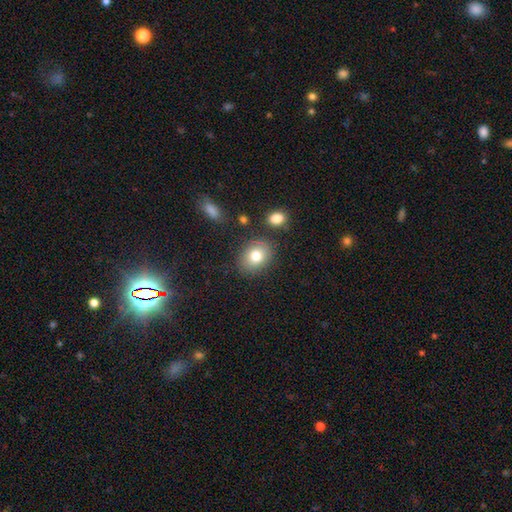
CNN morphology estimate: A smooth galaxy with no disk features (77%) that is in between round and cigar-shaped (54%).

Vote fractions:
- Smooth or featured? smooth: 77% / featured or disk: 13% / star or artifact: 10%
- How rounded? in between: 54% / round: 45% / cigar-shaped: 1%
- Merging? none: 81% / minor disturbance: 11% / merger: 5% / major disturbance: 4%